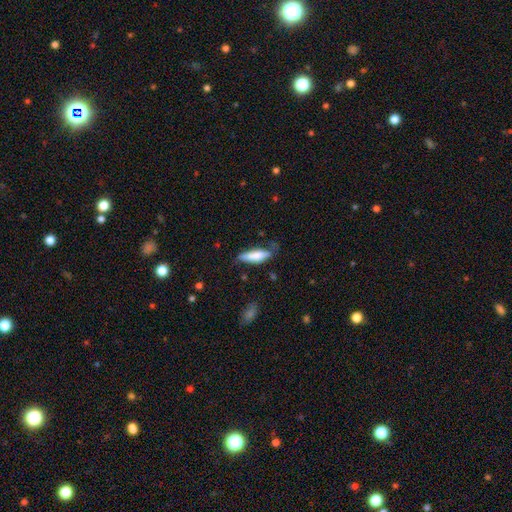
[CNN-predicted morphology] type=smooth (74%); roundness=cigar-shaped (51%); merging=none (50%).